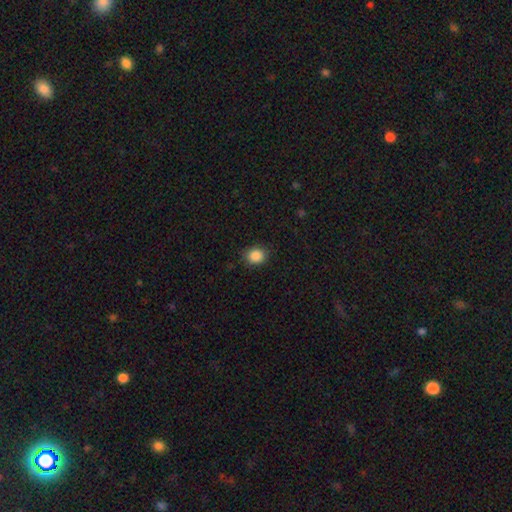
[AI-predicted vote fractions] Smooth or featured?
  - smooth: 87% *
  - star or artifact: 10%
  - featured or disk: 3%
How rounded?
  - round: 70% *
  - in between: 29%
  - cigar-shaped: 1%
Merging?
  - none: 86% *
  - minor disturbance: 11%
  - major disturbance: 3%
  - merger: 1%